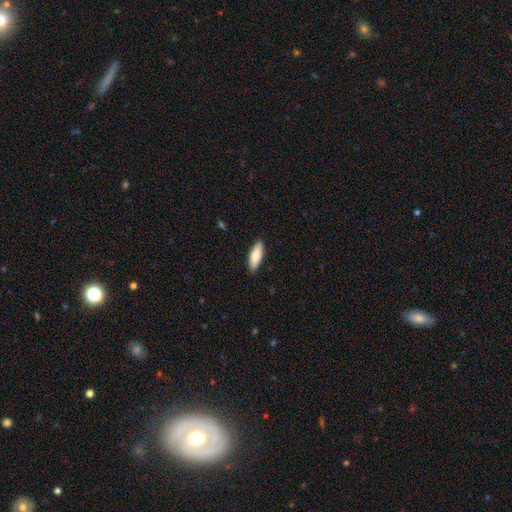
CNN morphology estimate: smooth-or-featured: smooth: 80% | featured or disk: 14% | star or artifact: 5%
  how-rounded: in between: 63% | cigar-shaped: 35% | round: 2%
  merging: none: 89% | minor disturbance: 8% | major disturbance: 2% | merger: 1%